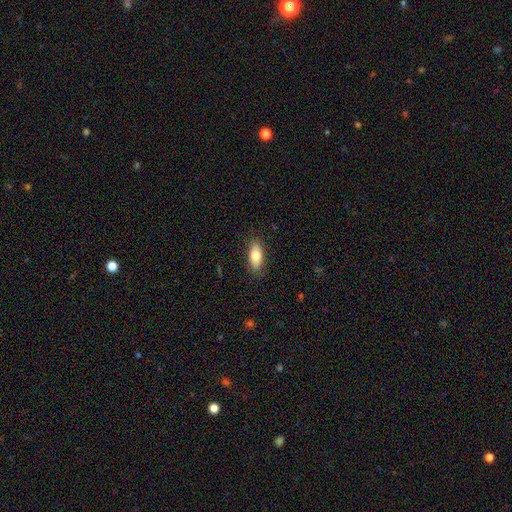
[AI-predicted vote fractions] This is likely a smooth galaxy (78%). How rounded: clearly in between (85%). Merging: clearly none (86%).